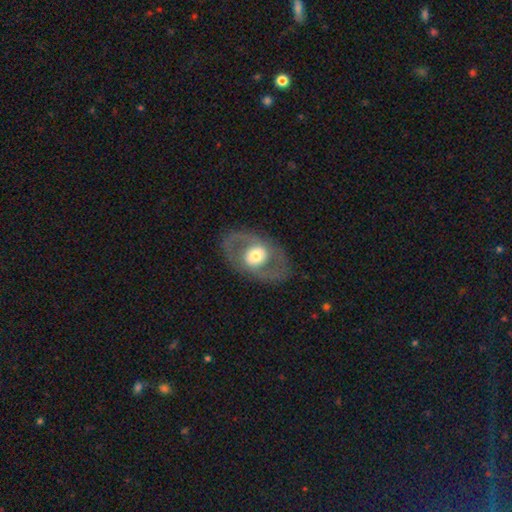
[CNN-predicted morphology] Smooth or featured? featured or disk (64%)
Edge-on disk? no (93%)
Bar? no (63%)
Spiral arms? no (58%)
Bulge size? moderate (52%)
Merging? none (80%)